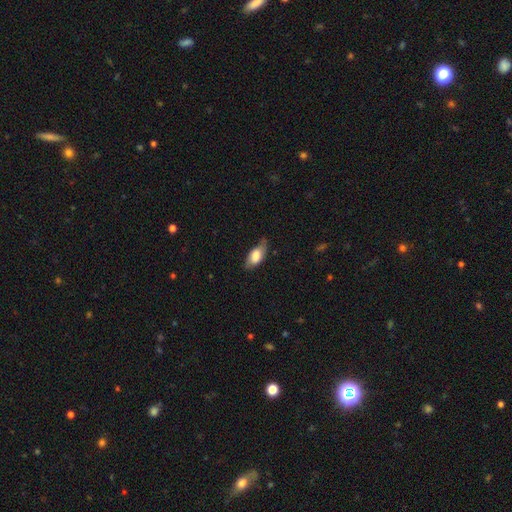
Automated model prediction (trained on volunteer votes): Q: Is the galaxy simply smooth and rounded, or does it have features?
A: smooth — 72%.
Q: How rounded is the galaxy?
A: in between — 88%.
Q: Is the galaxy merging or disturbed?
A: none — 61%.